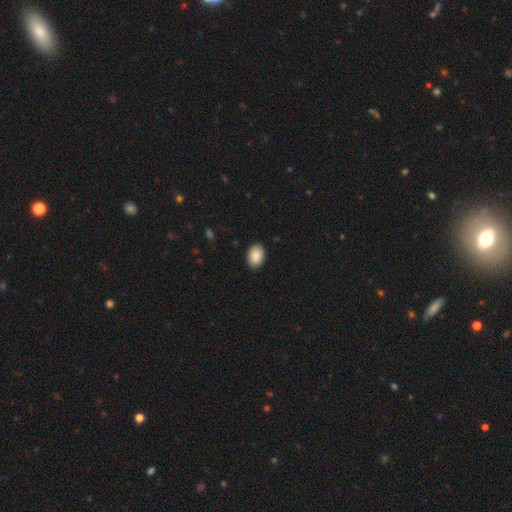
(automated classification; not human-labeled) A smooth galaxy with no disk features (89%) that is in between round and cigar-shaped (82%). Merging: none (90%).